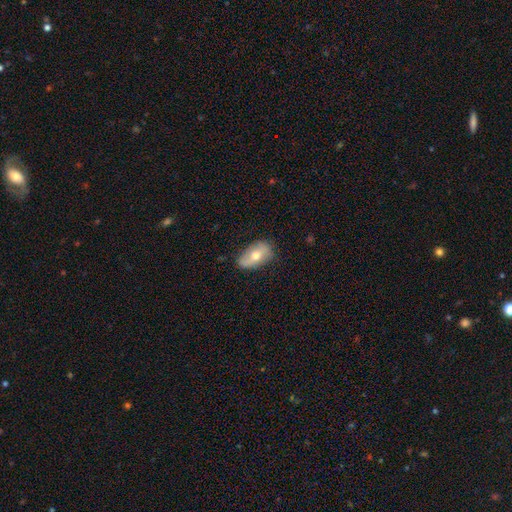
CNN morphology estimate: type=smooth (57%); roundness=in between (90%); merging=none (71%).